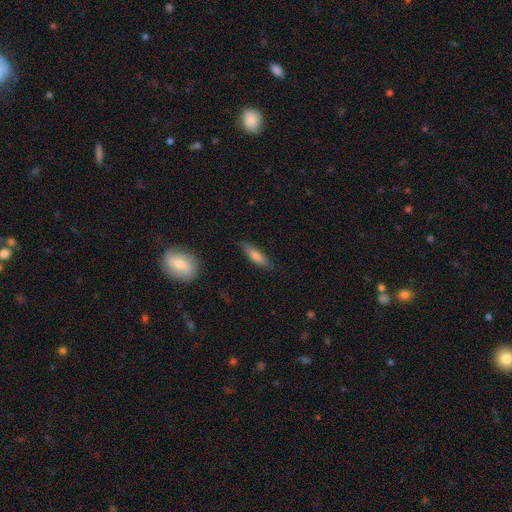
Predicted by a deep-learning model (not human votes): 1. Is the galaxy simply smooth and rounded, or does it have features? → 72% smooth, 21% featured or disk, 7% star or artifact.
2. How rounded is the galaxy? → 67% cigar-shaped, 30% in between, 2% round.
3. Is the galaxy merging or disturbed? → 82% none, 13% minor disturbance, 3% major disturbance, 2% merger.